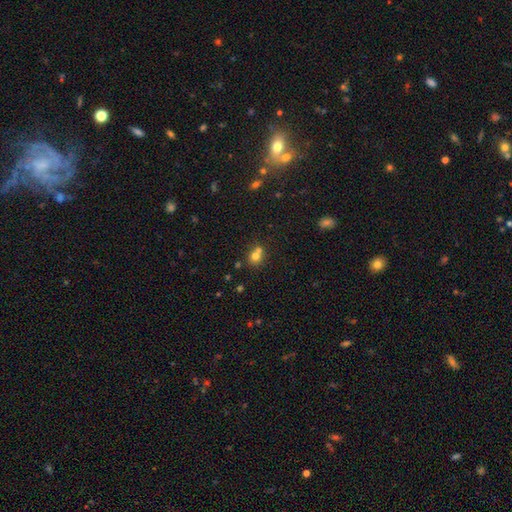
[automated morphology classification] smooth_or_featured: smooth (p=0.72) [alt: star or artifact p=0.15]
how_rounded: round (p=0.79) [alt: in between p=0.20]
merging: merger (p=0.47) [alt: none p=0.42]